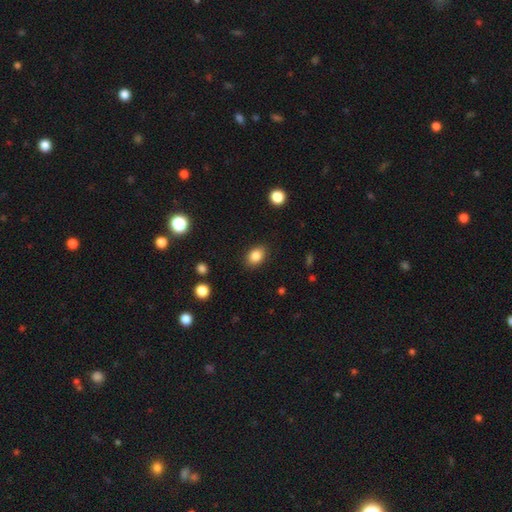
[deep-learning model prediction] The model was most divided on "how rounded": in between: 77%, round: 22%, cigar-shaped: 1%. More confident: merging — none (87%); smooth or featured — smooth (85%).